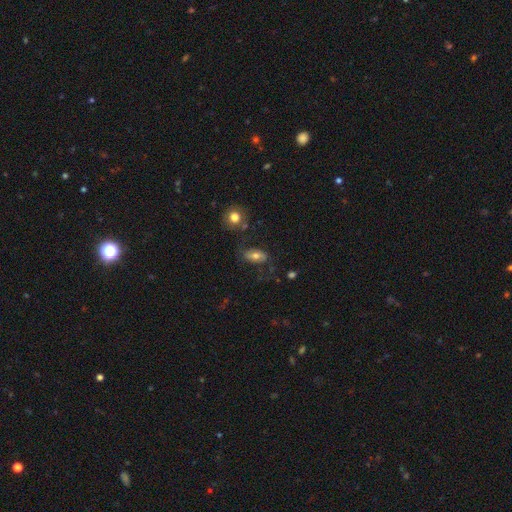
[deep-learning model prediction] Smooth or featured? Predicted: smooth (p=0.60). How rounded? Predicted: in between (p=0.87). Merging? Predicted: none (p=0.64).